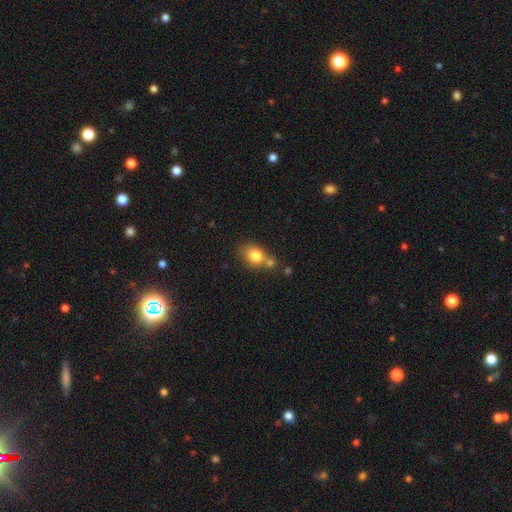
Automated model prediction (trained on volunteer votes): Smooth or featured? smooth (80%)
How rounded? in between (54%)
Merging? none (47%)